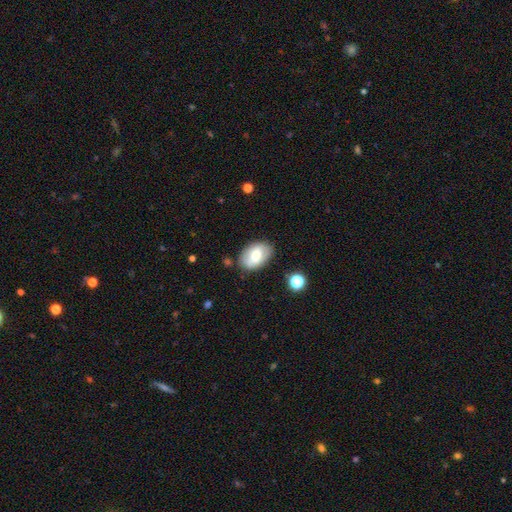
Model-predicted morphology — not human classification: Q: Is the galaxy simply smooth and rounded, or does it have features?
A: smooth — 62%.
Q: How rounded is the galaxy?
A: in between — 86%.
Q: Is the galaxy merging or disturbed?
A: none — 81%.